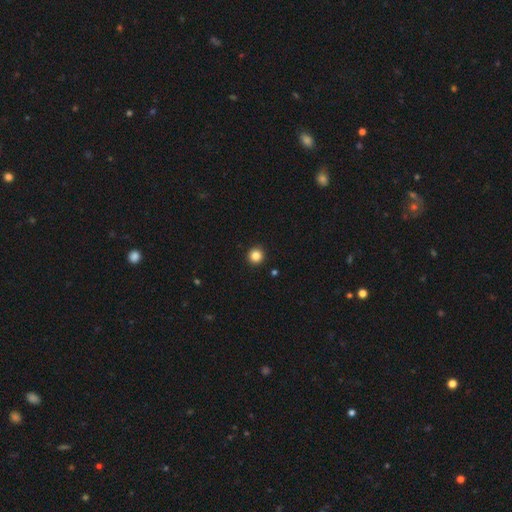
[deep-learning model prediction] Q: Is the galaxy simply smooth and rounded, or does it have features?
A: smooth — 85%.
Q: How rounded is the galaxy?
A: round — 95%.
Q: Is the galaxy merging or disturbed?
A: none — 93%.